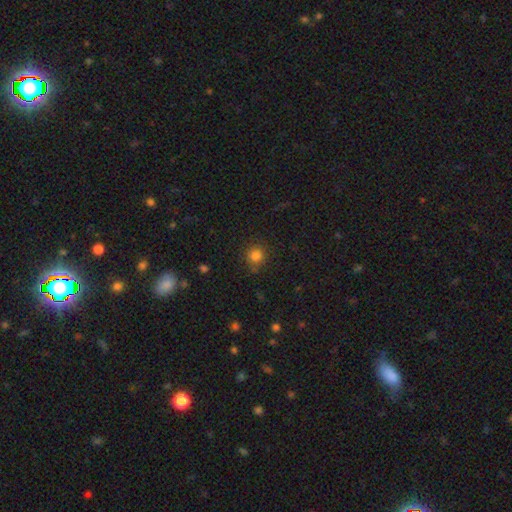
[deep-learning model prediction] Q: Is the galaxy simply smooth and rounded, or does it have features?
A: smooth — 82%.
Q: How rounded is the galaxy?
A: round — 91%.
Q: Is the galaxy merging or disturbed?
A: none — 81%.